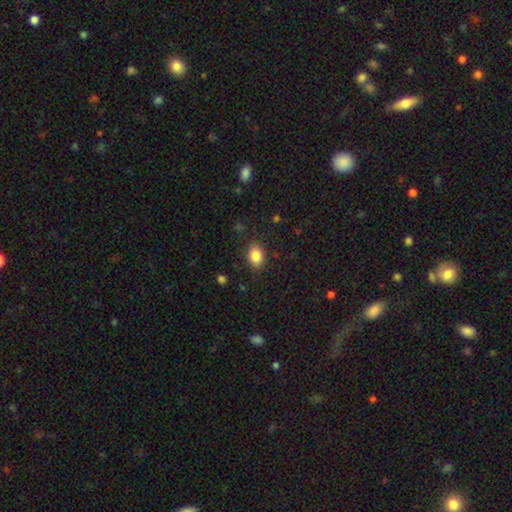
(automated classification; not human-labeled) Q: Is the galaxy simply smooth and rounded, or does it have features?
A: smooth — 85%.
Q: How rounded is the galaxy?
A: in between — 75%.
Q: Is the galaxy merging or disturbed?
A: none — 85%.